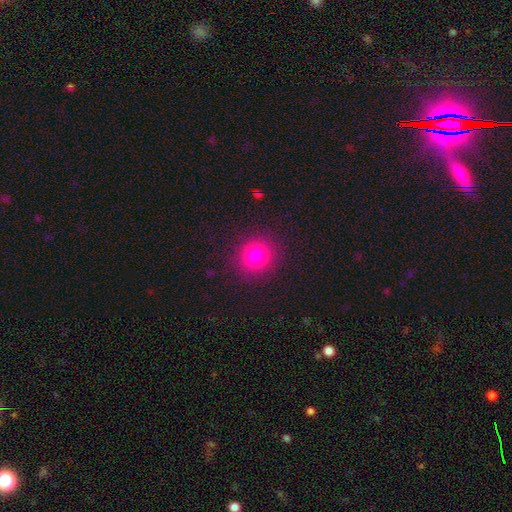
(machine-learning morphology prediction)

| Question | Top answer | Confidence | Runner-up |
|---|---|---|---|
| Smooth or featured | smooth | 81% | star or artifact (13%) |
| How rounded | round | 89% | in between (10%) |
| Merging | none | 89% | minor disturbance (7%) |